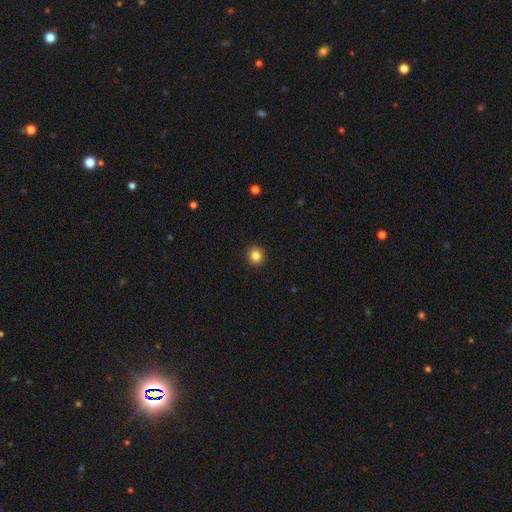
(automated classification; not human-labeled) smooth-or-featured: smooth: 84% | star or artifact: 11% | featured or disk: 5%
  how-rounded: round: 92% | in between: 7% | cigar-shaped: 1%
  merging: none: 93% | minor disturbance: 4% | major disturbance: 1% | merger: 1%